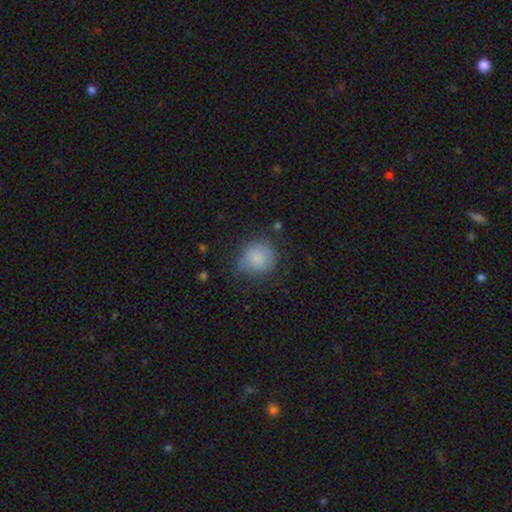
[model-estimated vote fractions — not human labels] The model was most divided on "merging": none: 64%, minor disturbance: 26%, major disturbance: 8%, merger: 2%. More confident: how rounded — round (81%); smooth or featured — smooth (81%).